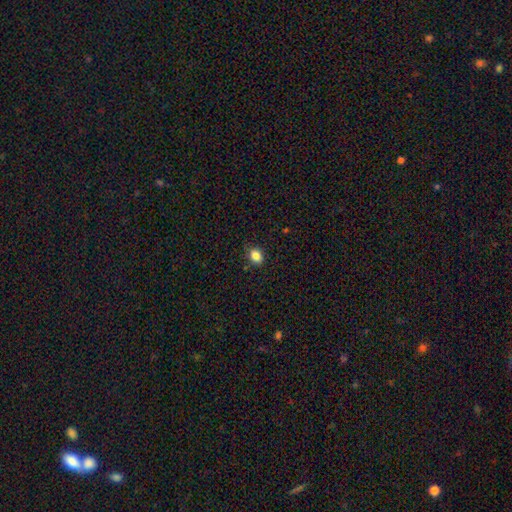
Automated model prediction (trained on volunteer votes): smooth-or-featured: smooth: 85% | star or artifact: 10% | featured or disk: 5%
  how-rounded: in between: 60% | round: 39% | cigar-shaped: 1%
  merging: none: 81% | minor disturbance: 14% | major disturbance: 3% | merger: 2%